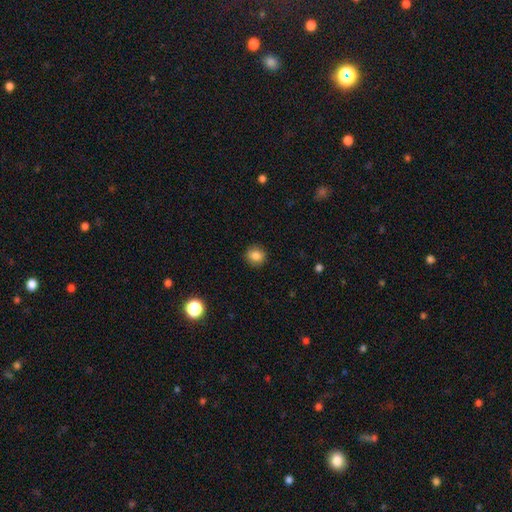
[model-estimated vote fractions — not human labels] Morphology: type=smooth (85%); roundness=round (89%); merging=none (91%).